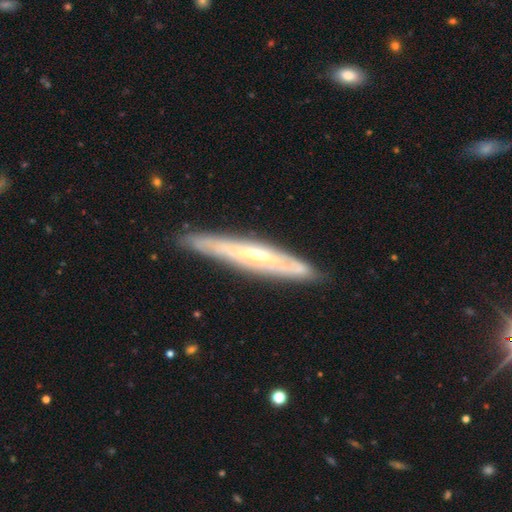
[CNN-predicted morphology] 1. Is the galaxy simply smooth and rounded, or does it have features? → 73% featured or disk, 21% smooth, 6% star or artifact.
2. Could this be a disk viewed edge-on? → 73% yes, 27% no.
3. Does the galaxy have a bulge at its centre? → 55% rounded, 39% none, 6% boxy.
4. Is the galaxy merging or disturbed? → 84% none, 12% minor disturbance, 2% major disturbance, 2% merger.